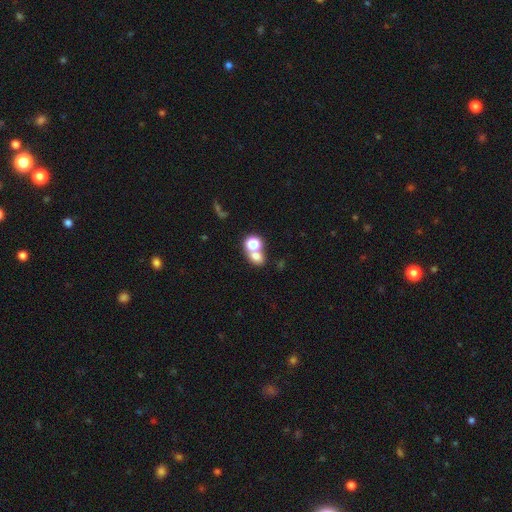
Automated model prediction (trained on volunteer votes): smooth_or_featured: smooth (p=0.69) [alt: star or artifact p=0.18]
how_rounded: round (p=0.60) [alt: in between p=0.39]
merging: merger (p=0.50) [alt: none p=0.39]